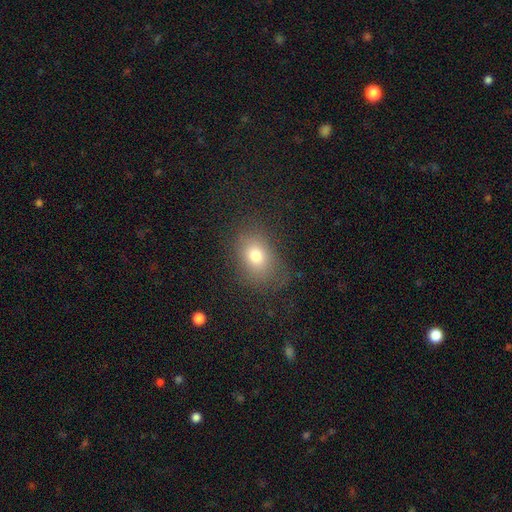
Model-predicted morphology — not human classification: Smooth or featured?
  - smooth: 76% *
  - featured or disk: 12%
  - star or artifact: 12%
How rounded?
  - in between: 71% *
  - round: 28%
  - cigar-shaped: 1%
Merging?
  - none: 70% *
  - minor disturbance: 19%
  - major disturbance: 10%
  - merger: 1%